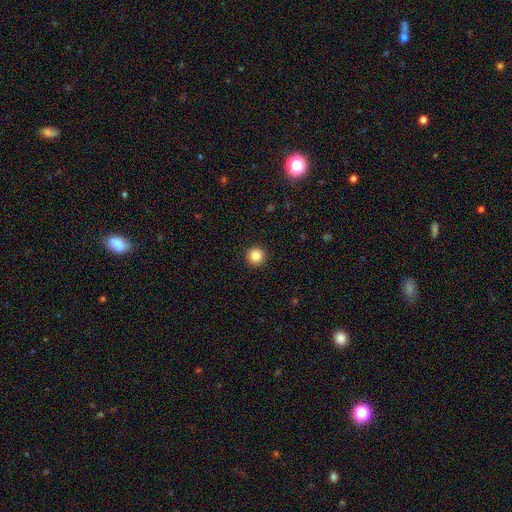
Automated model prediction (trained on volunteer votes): Q: Smooth or featured?
A: smooth (86%); runner-up: star or artifact (10%)
Q: How rounded?
A: round (96%); runner-up: in between (3%)
Q: Merging?
A: none (93%); runner-up: minor disturbance (4%)